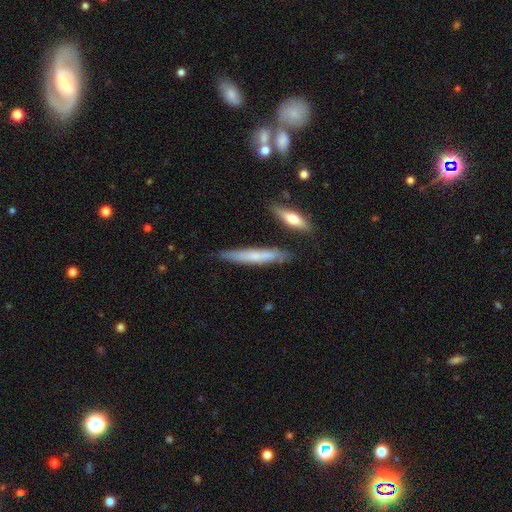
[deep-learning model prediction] Overall: smooth (57%; featured or disk 36%). How rounded: cigar-shaped (93%). Merging: none (82%).